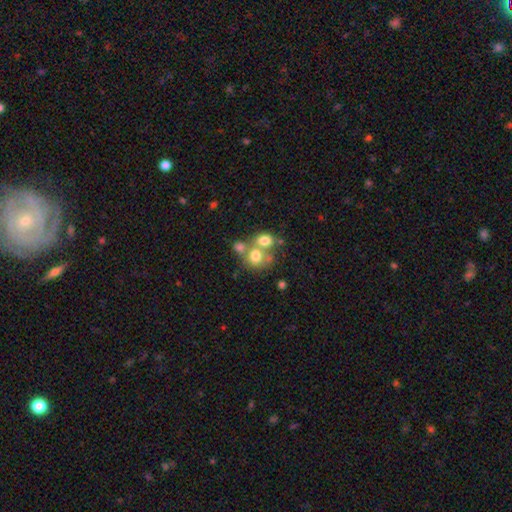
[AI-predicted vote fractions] This appears to be a smooth galaxy with no disk features (69%) that is round (67%). Merging: merger (52%).